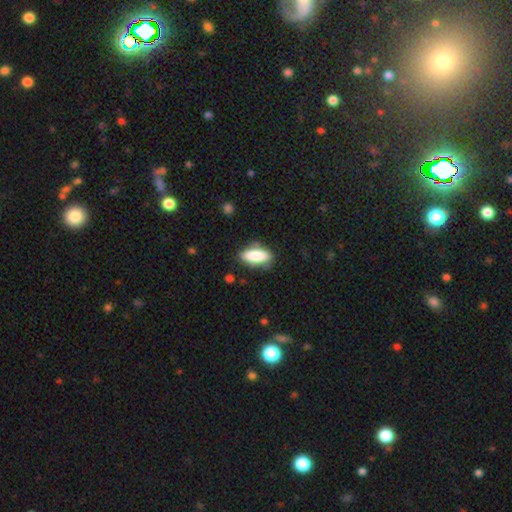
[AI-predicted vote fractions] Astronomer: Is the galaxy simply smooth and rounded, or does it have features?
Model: smooth — 82%.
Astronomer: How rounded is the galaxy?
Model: in between — 74%.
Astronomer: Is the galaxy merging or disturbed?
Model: none — 77%.